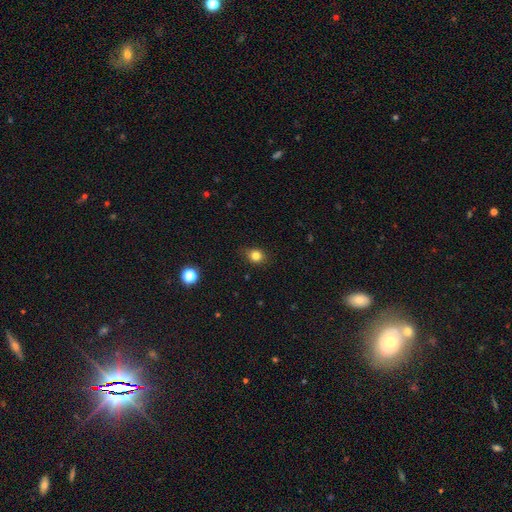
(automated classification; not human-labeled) This is clearly a smooth galaxy (81%). How rounded: likely round (70%). Merging: likely none (79%).